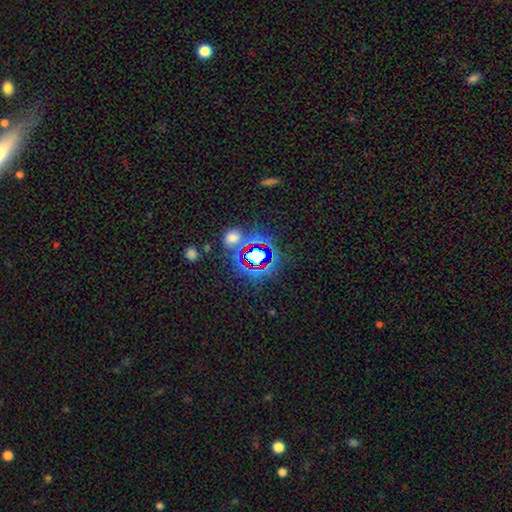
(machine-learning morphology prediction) A star or artifact, not a galaxy (67%).

Vote fractions:
- Smooth or featured? star or artifact: 67% / smooth: 23% / featured or disk: 10%